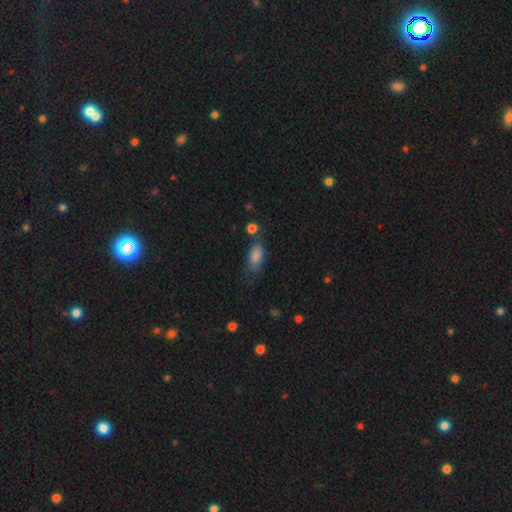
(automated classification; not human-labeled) Smooth or featured?
  - smooth: 81% *
  - featured or disk: 10%
  - star or artifact: 9%
How rounded?
  - in between: 78% *
  - cigar-shaped: 19%
  - round: 3%
Merging?
  - none: 59% *
  - minor disturbance: 26%
  - major disturbance: 9%
  - merger: 7%